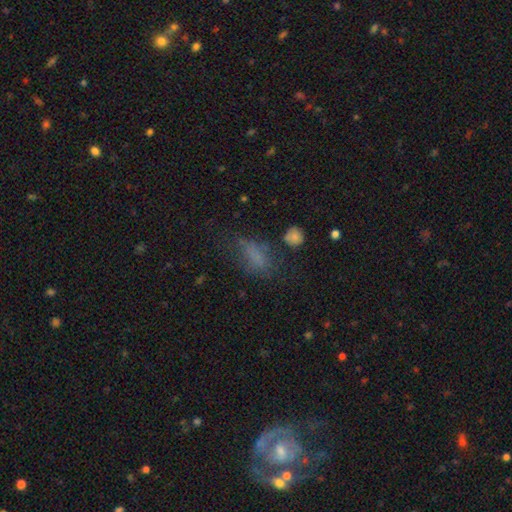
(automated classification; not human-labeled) A smooth galaxy with no disk features (61%) that is in between round and cigar-shaped (74%). Merging: none (44%).